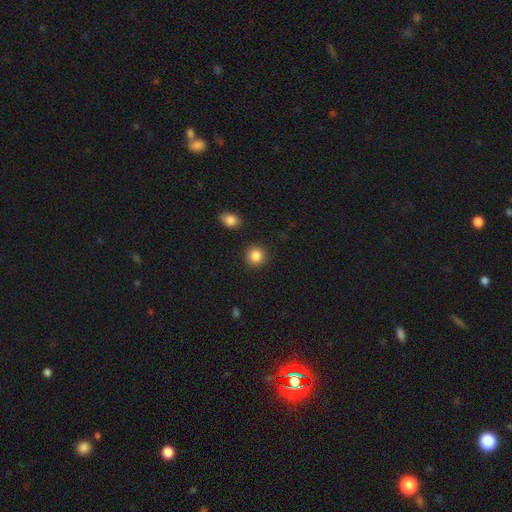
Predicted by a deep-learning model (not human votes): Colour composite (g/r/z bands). It shows a smooth galaxy with no disk features (87%) that is round (91%). Merging: none (90%).